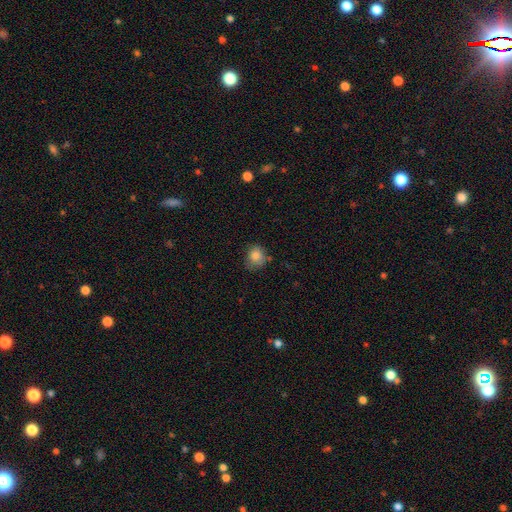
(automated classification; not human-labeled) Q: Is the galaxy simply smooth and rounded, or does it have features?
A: smooth — 83%.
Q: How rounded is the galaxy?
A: round — 71%.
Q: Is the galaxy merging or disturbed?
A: none — 62%.